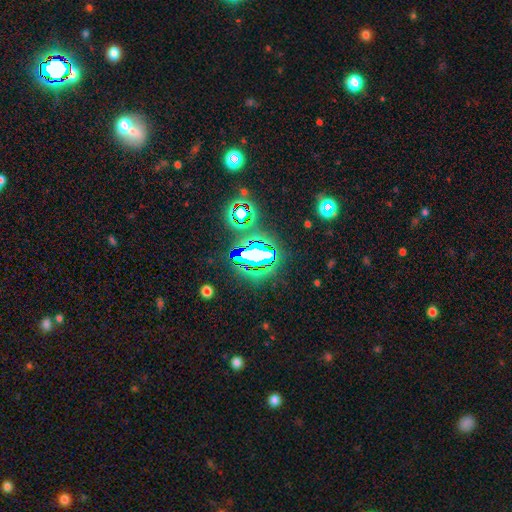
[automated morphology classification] star or artifact 74%, smooth 14%, featured or disk 12%.